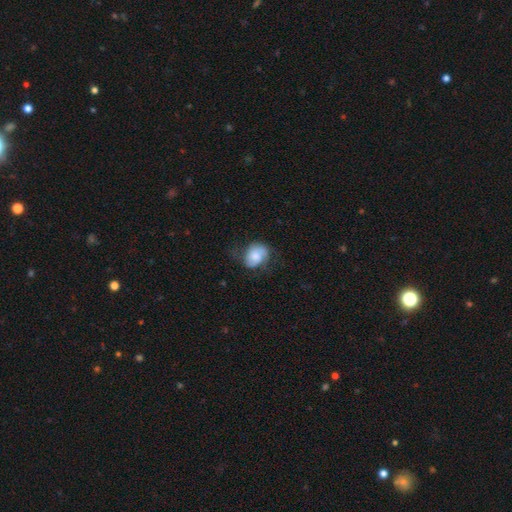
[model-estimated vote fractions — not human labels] Overall: smooth (52%; featured or disk 40%). How rounded: in between (57%; round 42%). Merging: none (52%; minor disturbance 29%).